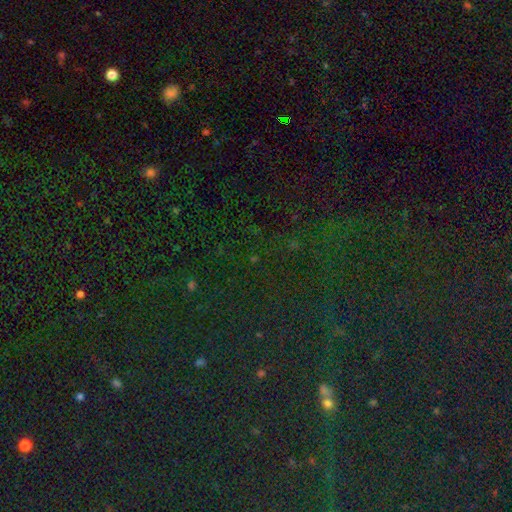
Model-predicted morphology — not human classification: The model was most divided on "smooth or featured": star or artifact: 81%, smooth: 11%, featured or disk: 8%.